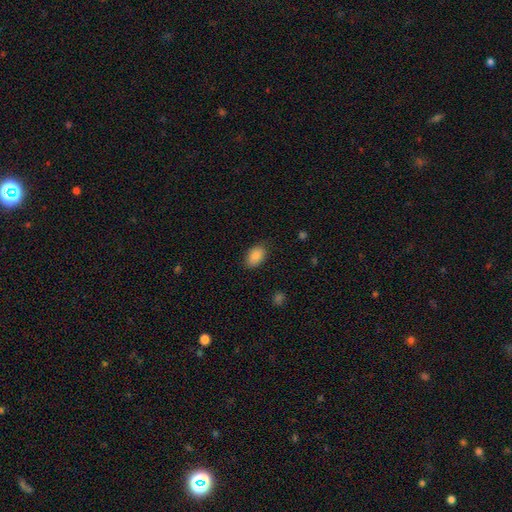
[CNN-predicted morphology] Smooth or featured? smooth (87%)
How rounded? in between (91%)
Merging? none (83%)